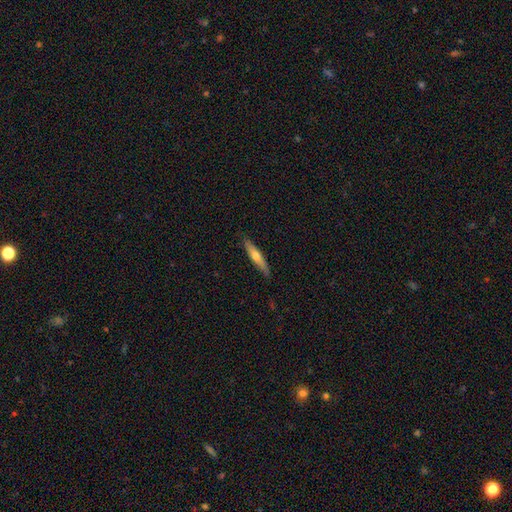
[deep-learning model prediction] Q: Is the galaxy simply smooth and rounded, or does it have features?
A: smooth — 51%.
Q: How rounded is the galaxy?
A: cigar-shaped — 83%.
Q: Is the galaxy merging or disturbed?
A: none — 84%.